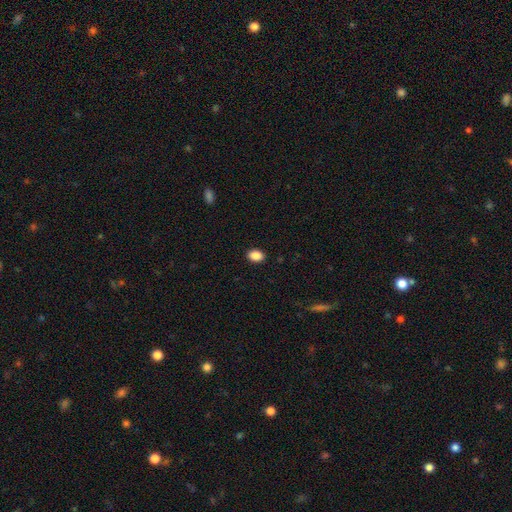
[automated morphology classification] This is clearly a smooth galaxy (88%). How rounded: likely in between (77%). Merging: clearly none (90%).